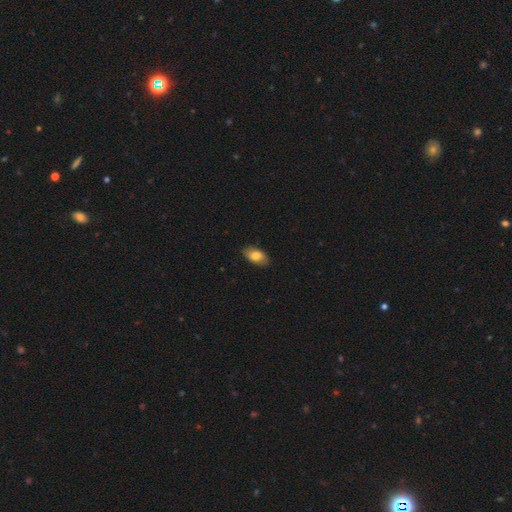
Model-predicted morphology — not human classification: Smooth or featured? Predicted: smooth (p=0.77). How rounded? Predicted: in between (p=0.93). Merging? Predicted: none (p=0.86).